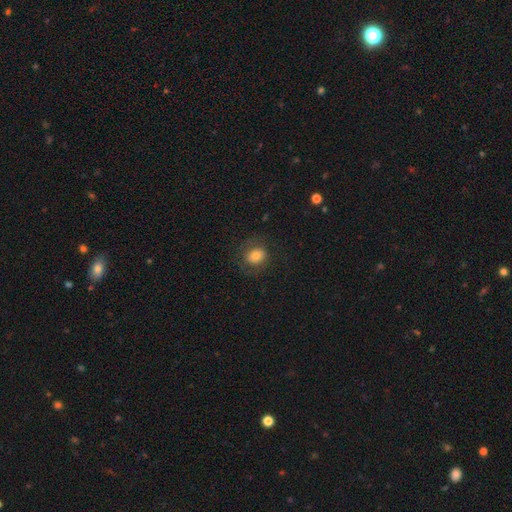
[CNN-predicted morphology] smooth-or-featured: smooth: 73% | featured or disk: 17% | star or artifact: 10%
  how-rounded: round: 64% | in between: 35% | cigar-shaped: 1%
  merging: none: 75% | minor disturbance: 14% | major disturbance: 10% | merger: 1%